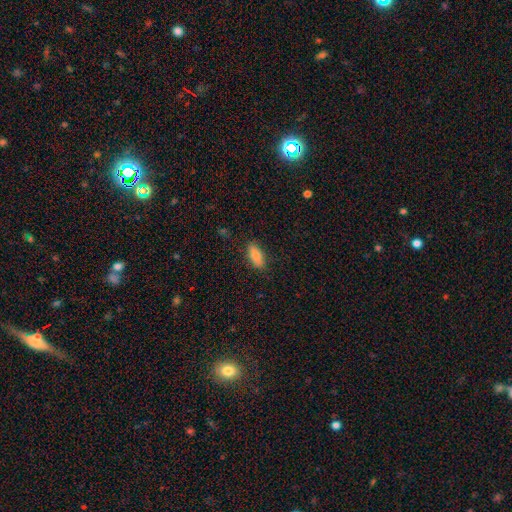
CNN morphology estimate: smooth_or_featured: smooth (p=0.84) [alt: featured or disk p=0.10]
how_rounded: in between (p=0.70) [alt: cigar-shaped p=0.27]
merging: none (p=0.84) [alt: minor disturbance p=0.12]